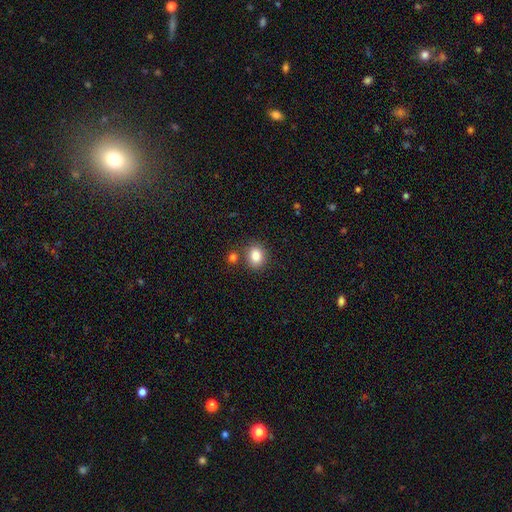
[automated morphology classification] type=smooth (85%); roundness=round (55%); merging=none (76%).